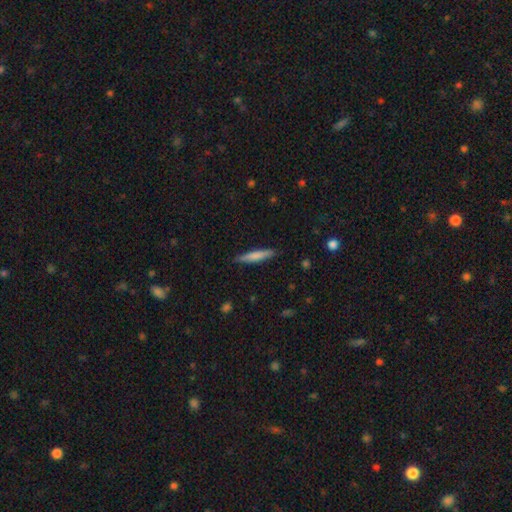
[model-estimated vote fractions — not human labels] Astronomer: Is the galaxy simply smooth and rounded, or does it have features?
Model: smooth — 72%.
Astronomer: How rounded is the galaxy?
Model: cigar-shaped — 91%.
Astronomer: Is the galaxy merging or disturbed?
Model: none — 88%.